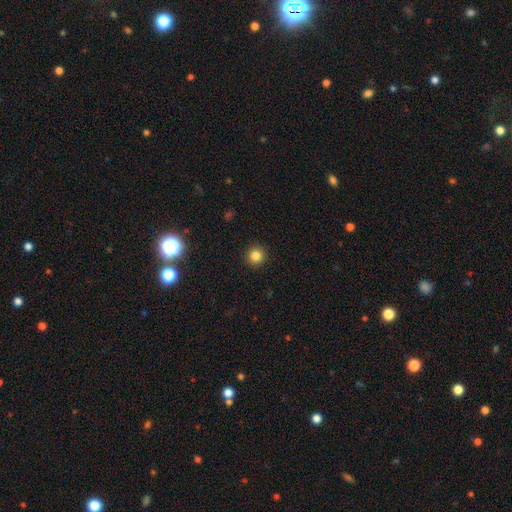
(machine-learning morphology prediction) A smooth galaxy with no disk features (83%) that is round (94%). Merging: none (92%).